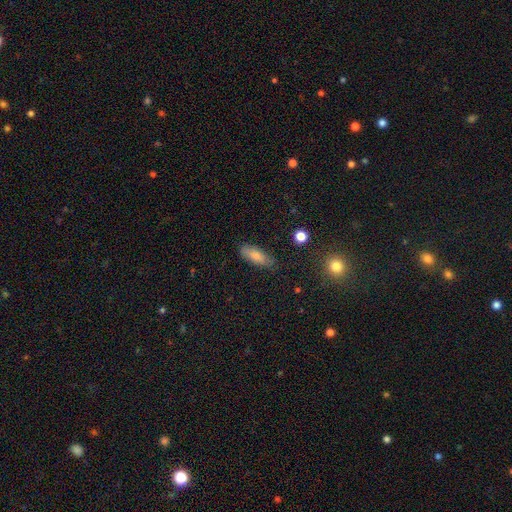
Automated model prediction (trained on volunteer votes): smooth-or-featured: smooth: 81% | featured or disk: 12% | star or artifact: 7%
  how-rounded: in between: 71% | cigar-shaped: 27% | round: 2%
  merging: none: 79% | minor disturbance: 16% | major disturbance: 3% | merger: 1%